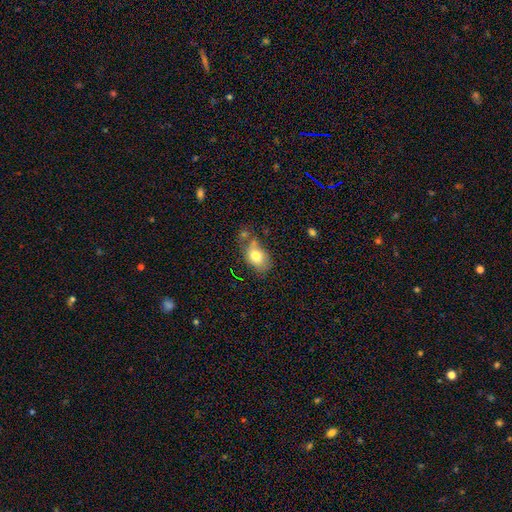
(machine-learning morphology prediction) smooth-or-featured: smooth: 75% | featured or disk: 17% | star or artifact: 8%
  how-rounded: in between: 84% | round: 15% | cigar-shaped: 2%
  merging: none: 46% | minor disturbance: 28% | merger: 16% | major disturbance: 10%